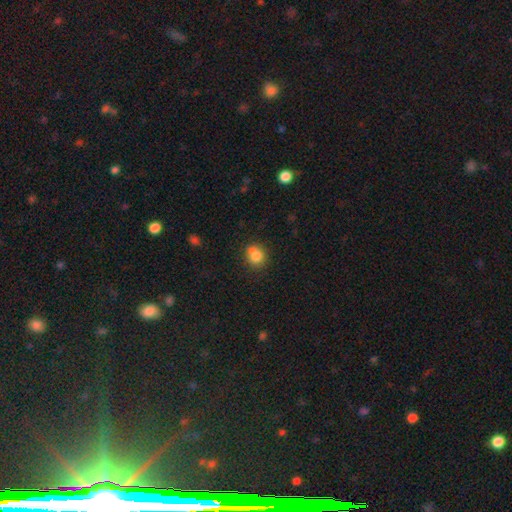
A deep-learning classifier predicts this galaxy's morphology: Smooth or featured: smooth — 81% (star or artifact — 11%)
How rounded: round — 75% (in between — 24%)
Merging: none — 64% (minor disturbance — 20%)